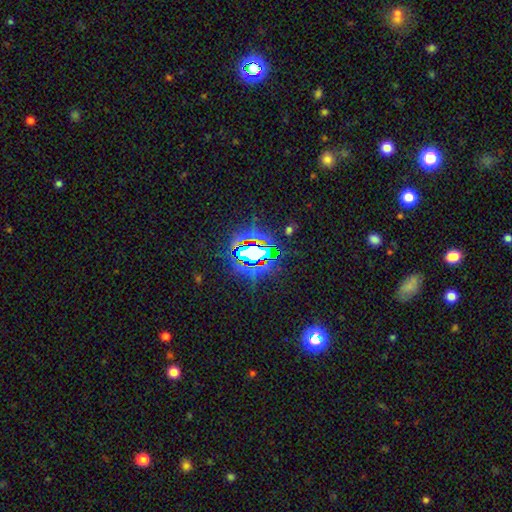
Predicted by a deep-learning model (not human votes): smooth_or_featured: star or artifact (p=0.73) [alt: smooth p=0.15]